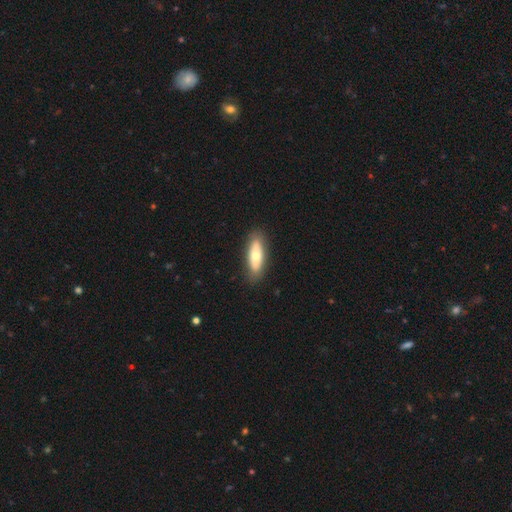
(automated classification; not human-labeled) Morphology: type=smooth (63%); roundness=in between (64%); merging=none (85%).